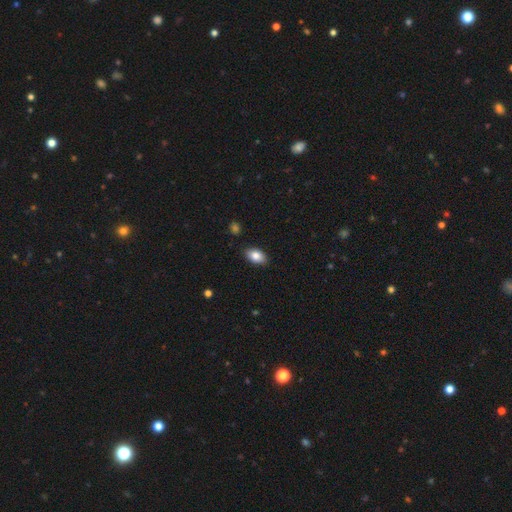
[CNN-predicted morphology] smooth_or_featured: smooth (p=0.85) [alt: featured or disk p=0.08]
how_rounded: in between (p=0.92) [alt: round p=0.07]
merging: none (p=0.88) [alt: minor disturbance p=0.09]